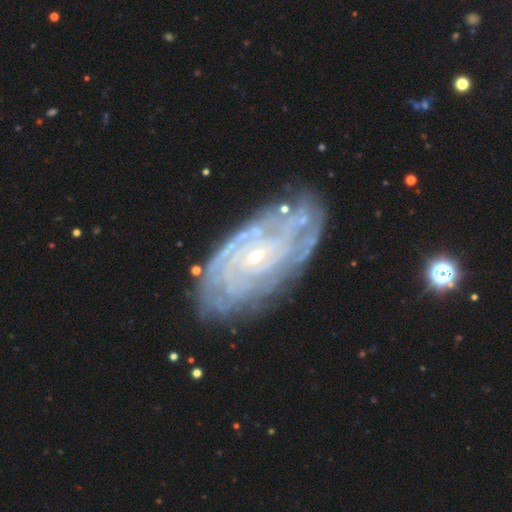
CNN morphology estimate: This is clearly a featured or disk galaxy (85%). It is clearly not viewed edge-on (93%). Bar: likely no (67%). Spiral arm pattern: clearly yes (93%). Spiral arm count: marginally can't tell (44%). Spiral winding: likely tight (78%). Central bulge: clearly small (84%). Merging: likely none (77%).